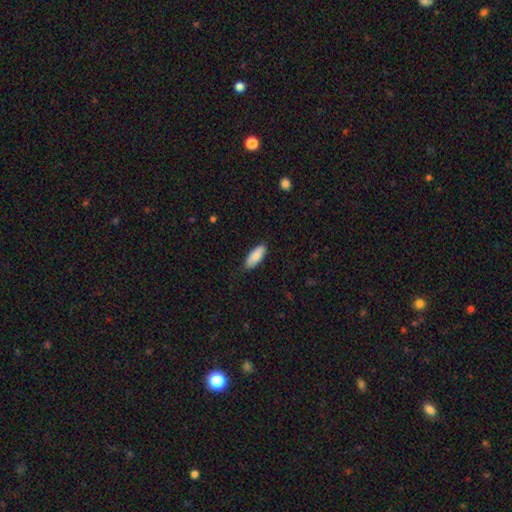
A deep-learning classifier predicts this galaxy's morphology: type=smooth (88%); roundness=in between (79%); merging=none (83%).